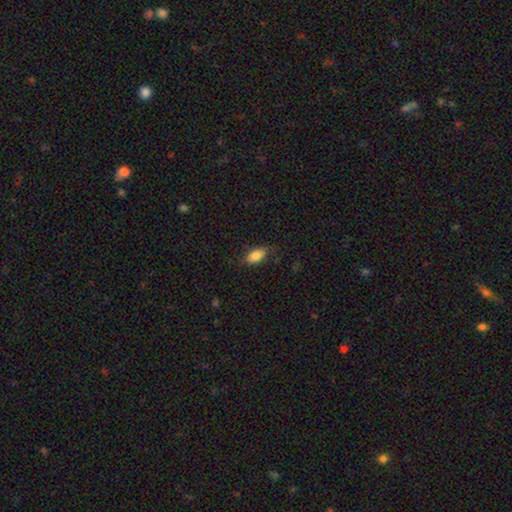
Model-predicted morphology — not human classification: Smooth or featured? smooth (83%)
How rounded? in between (89%)
Merging? none (76%)